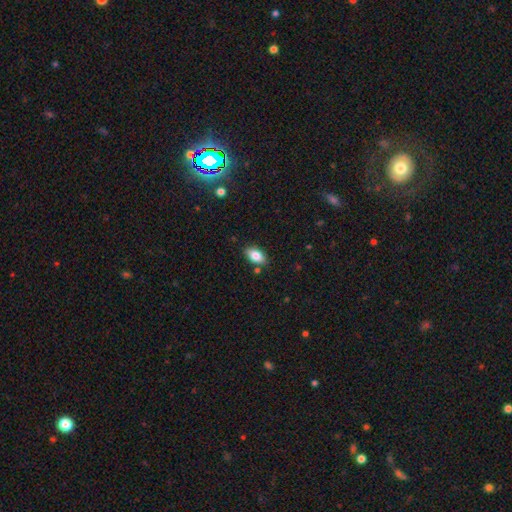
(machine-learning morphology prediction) Smooth or featured: smooth — 84% (featured or disk — 8%)
How rounded: in between — 92% (round — 5%)
Merging: none — 84% (minor disturbance — 11%)